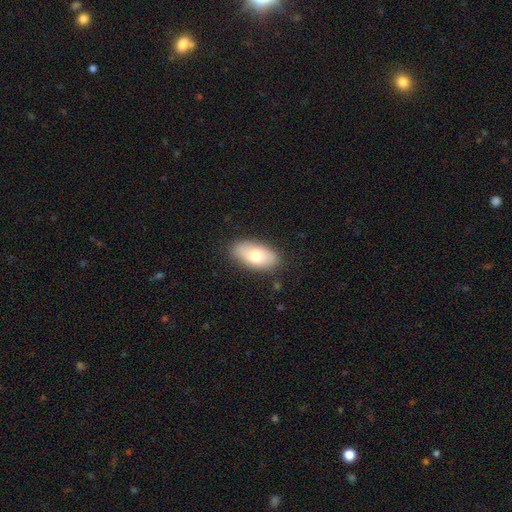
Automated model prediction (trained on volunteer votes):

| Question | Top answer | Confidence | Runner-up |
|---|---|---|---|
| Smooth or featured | smooth | 73% | featured or disk (21%) |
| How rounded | in between | 92% | cigar-shaped (5%) |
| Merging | none | 83% | minor disturbance (13%) |